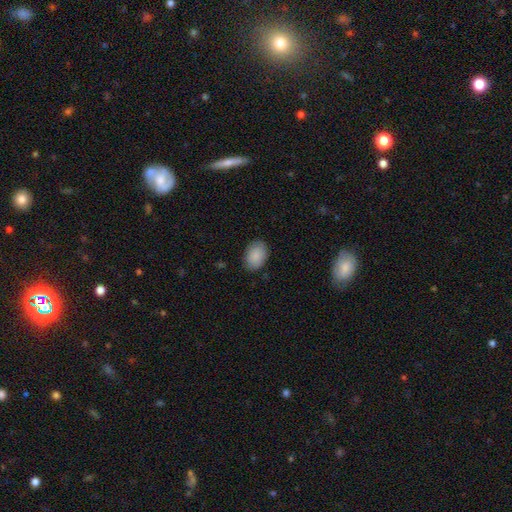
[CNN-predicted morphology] Smooth or featured: smooth — 89% (star or artifact — 6%)
How rounded: in between — 83% (round — 16%)
Merging: none — 84% (minor disturbance — 12%)